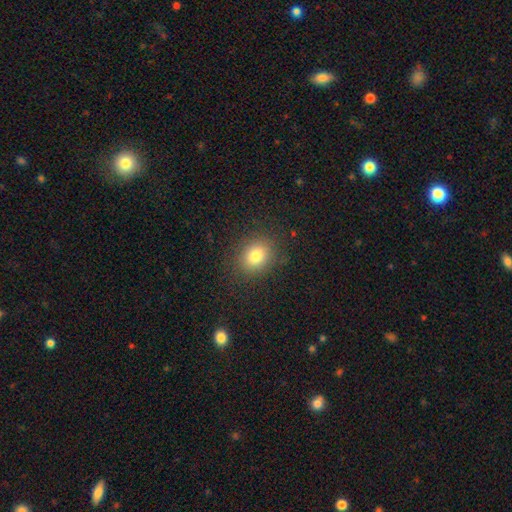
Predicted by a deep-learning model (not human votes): Smooth or featured?
  - smooth: 80% *
  - star or artifact: 12%
  - featured or disk: 8%
How rounded?
  - round: 59% *
  - in between: 40%
  - cigar-shaped: 1%
Merging?
  - none: 86% *
  - minor disturbance: 9%
  - major disturbance: 4%
  - merger: 1%